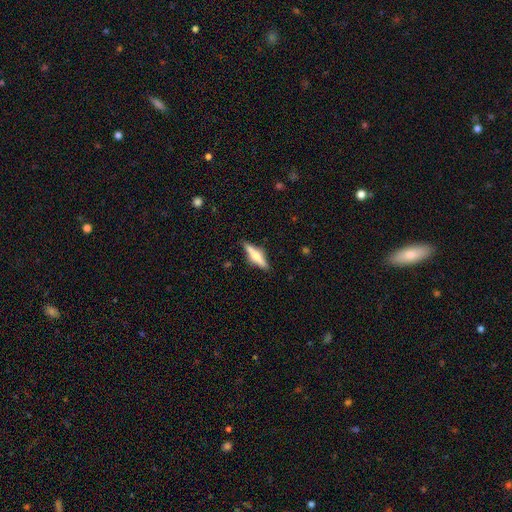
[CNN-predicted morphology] Q: Smooth or featured?
A: featured or disk (56%); runner-up: smooth (38%)
Q: Edge-on disk?
A: yes (96%); runner-up: no (4%)
Q: Edge-on bulge?
A: rounded (85%); runner-up: boxy (9%)
Q: Merging?
A: none (87%); runner-up: minor disturbance (10%)